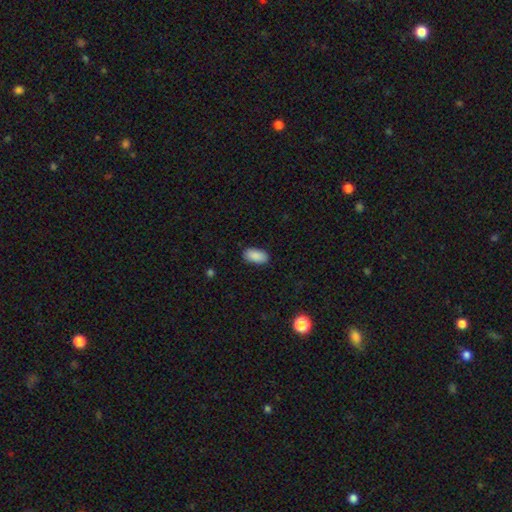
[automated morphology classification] Smooth or featured: smooth — 90% (star or artifact — 7%)
How rounded: in between — 94% (cigar-shaped — 3%)
Merging: none — 87% (minor disturbance — 10%)